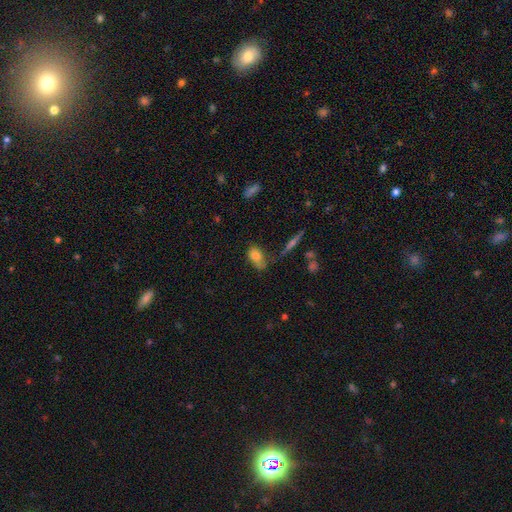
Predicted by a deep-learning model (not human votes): Smooth or featured? Predicted: smooth (p=0.72). How rounded? Predicted: in between (p=0.82). Merging? Predicted: none (p=0.38).